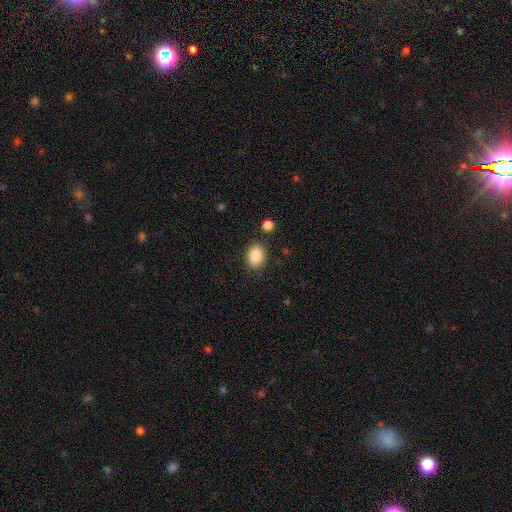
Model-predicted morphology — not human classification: type=smooth (86%); roundness=in between (66%); merging=none (84%).